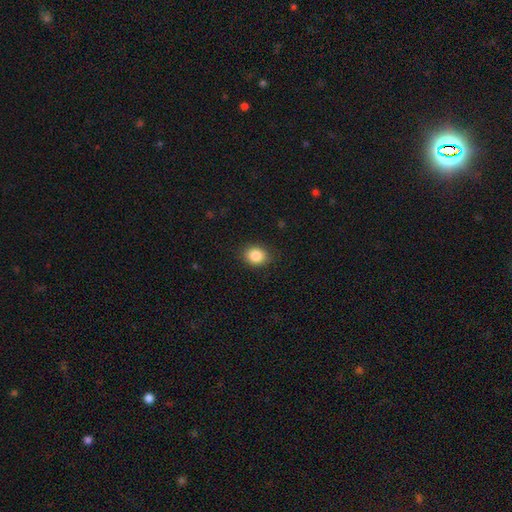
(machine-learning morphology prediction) A smooth galaxy with no disk features (86%) that is round (58%). Merging: none (86%).